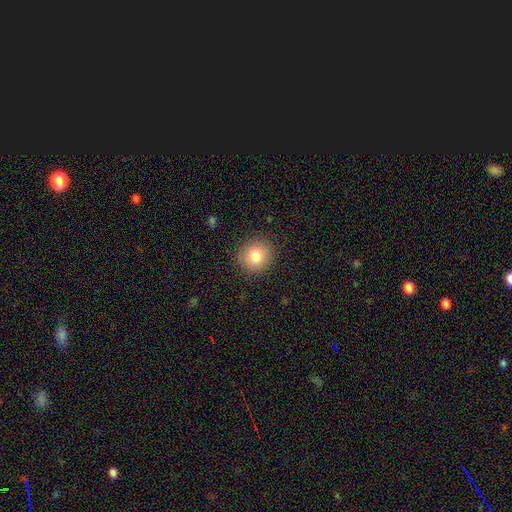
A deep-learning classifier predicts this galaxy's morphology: A smooth galaxy with no disk features (81%) that is round (84%).

Vote fractions:
- Smooth or featured? smooth: 81% / star or artifact: 10% / featured or disk: 9%
- How rounded? round: 84% / in between: 15% / cigar-shaped: 1%
- Merging? none: 89% / minor disturbance: 8% / major disturbance: 3% / merger: 1%